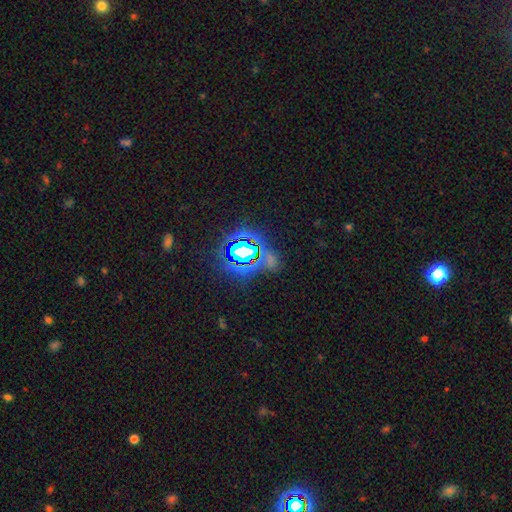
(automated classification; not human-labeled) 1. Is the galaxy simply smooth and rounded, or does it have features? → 78% star or artifact, 14% smooth, 8% featured or disk.